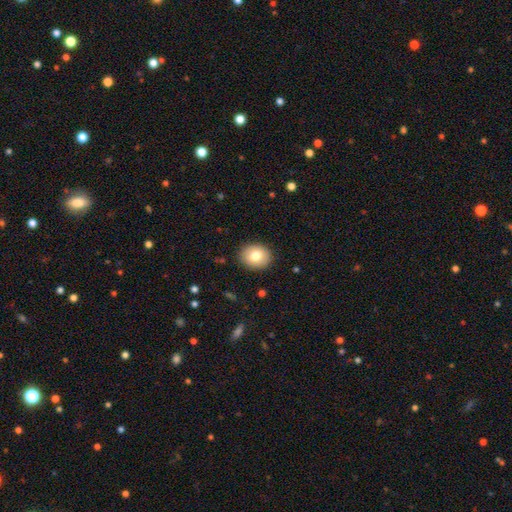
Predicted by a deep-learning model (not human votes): Smooth or featured? smooth (78%)
How rounded? round (58%)
Merging? none (89%)